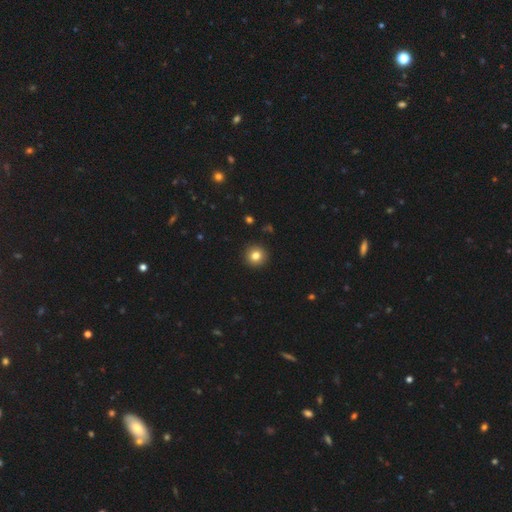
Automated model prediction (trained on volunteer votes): Morphology: type=smooth (82%); roundness=round (95%); merging=none (93%).